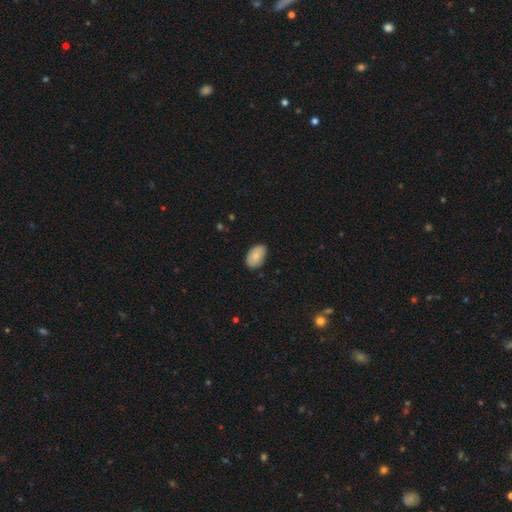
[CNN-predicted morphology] type=smooth (85%); roundness=in between (93%); merging=none (81%).